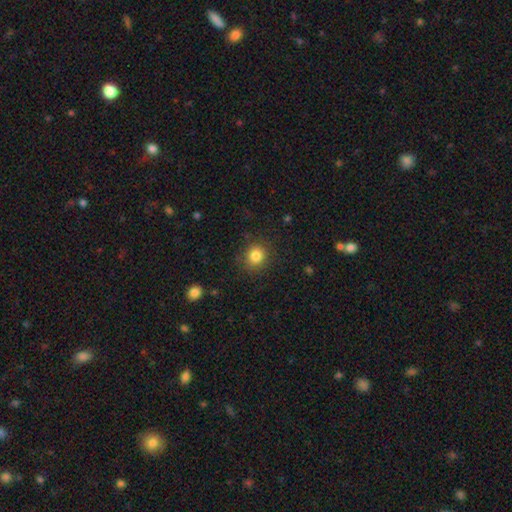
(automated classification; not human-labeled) Overall: smooth (83%). How rounded: round (84%). Merging: none (86%).